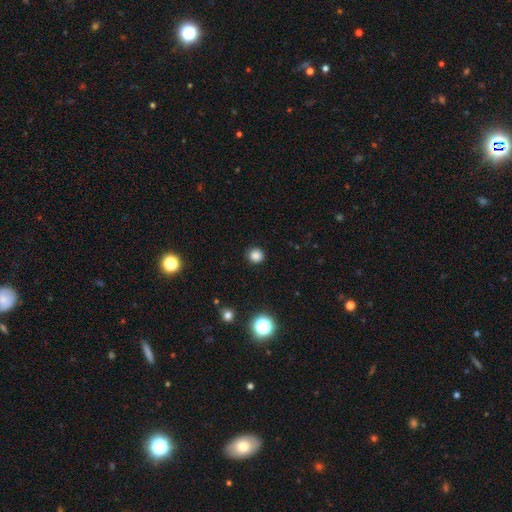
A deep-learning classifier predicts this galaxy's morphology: Overall: smooth (83%). How rounded: round (91%). Merging: none (90%).